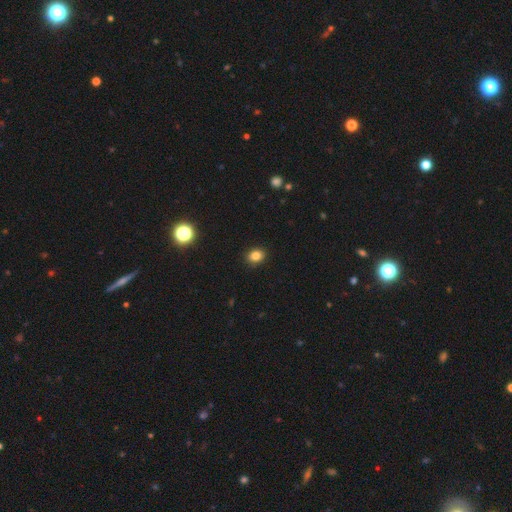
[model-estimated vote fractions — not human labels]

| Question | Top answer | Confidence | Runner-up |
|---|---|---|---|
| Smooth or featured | smooth | 84% | star or artifact (12%) |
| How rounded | in between | 55% | round (43%) |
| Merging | none | 90% | minor disturbance (7%) |